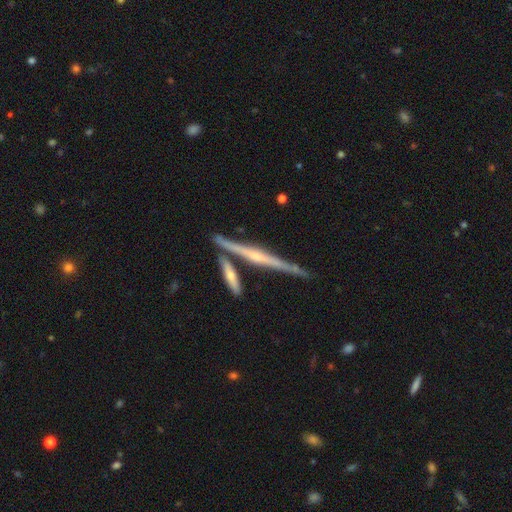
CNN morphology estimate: Smooth or featured?
  - featured or disk: 77% *
  - smooth: 17%
  - star or artifact: 6%
Edge-on disk?
  - yes: 97% *
  - no: 3%
Edge-on bulge?
  - rounded: 61% *
  - none: 27%
  - boxy: 12%
Merging?
  - none: 74% *
  - merger: 12%
  - minor disturbance: 11%
  - major disturbance: 3%